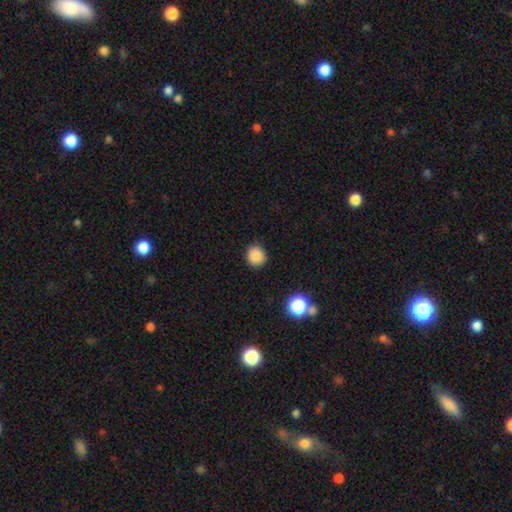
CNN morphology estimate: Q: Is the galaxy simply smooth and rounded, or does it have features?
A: smooth — 86%.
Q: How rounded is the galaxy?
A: round — 89%.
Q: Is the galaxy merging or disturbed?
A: none — 89%.